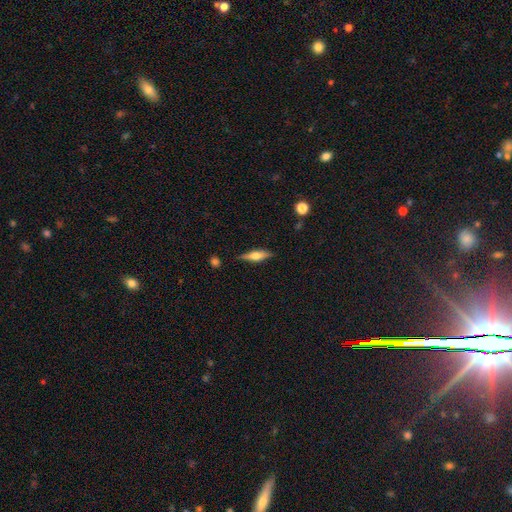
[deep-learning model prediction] This is possibly a smooth galaxy (48%). Merging: clearly none (84%).